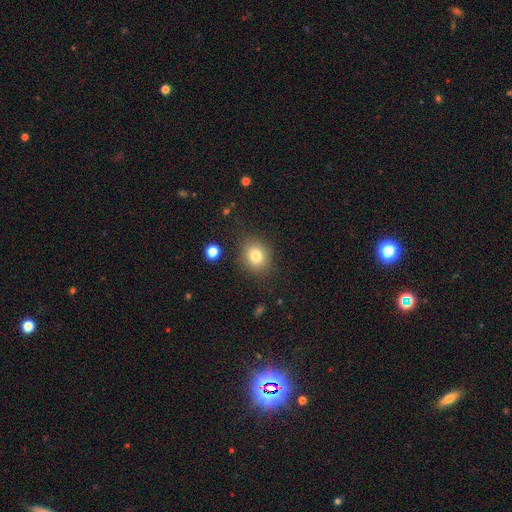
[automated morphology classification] smooth_or_featured: smooth (p=0.80) [alt: star or artifact p=0.11]
how_rounded: round (p=0.68) [alt: in between p=0.31]
merging: none (p=0.84) [alt: minor disturbance p=0.10]